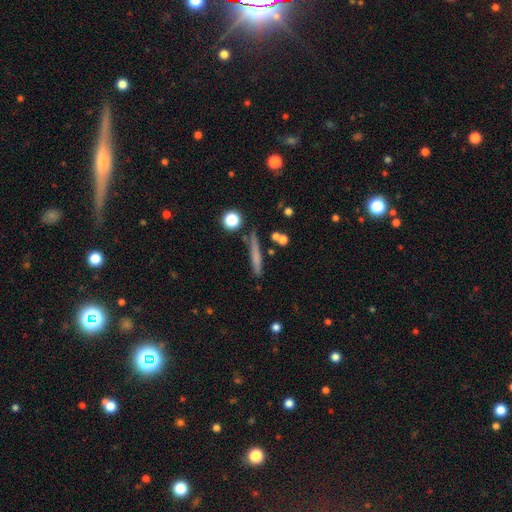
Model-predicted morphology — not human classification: Smooth or featured?
  - smooth: 62% *
  - featured or disk: 29%
  - star or artifact: 9%
How rounded?
  - cigar-shaped: 92% *
  - in between: 5%
  - round: 4%
Merging?
  - none: 81% *
  - minor disturbance: 12%
  - merger: 4%
  - major disturbance: 3%